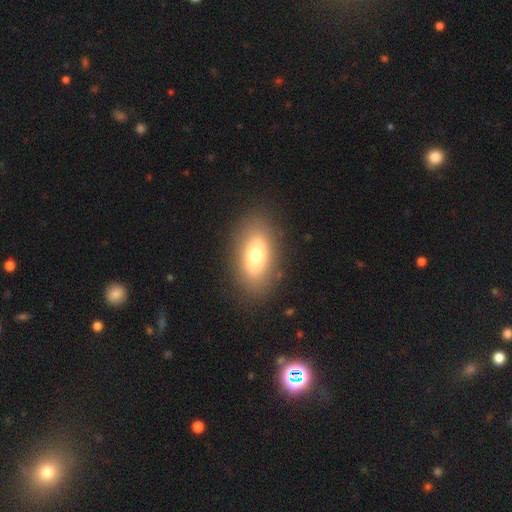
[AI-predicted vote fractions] Smooth or featured?
  - smooth: 68% *
  - featured or disk: 24%
  - star or artifact: 8%
How rounded?
  - in between: 86% *
  - cigar-shaped: 7%
  - round: 7%
Merging?
  - none: 86% *
  - minor disturbance: 9%
  - major disturbance: 4%
  - merger: 1%